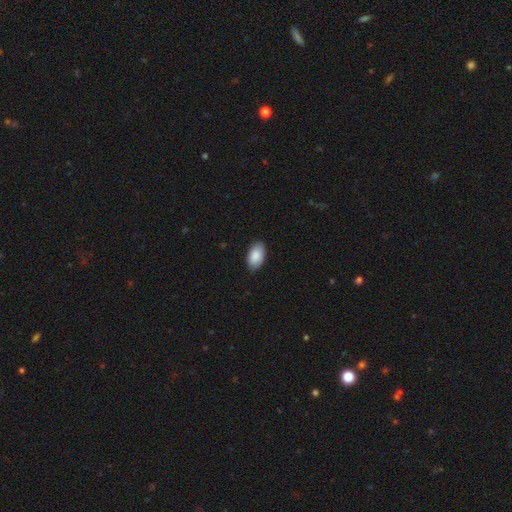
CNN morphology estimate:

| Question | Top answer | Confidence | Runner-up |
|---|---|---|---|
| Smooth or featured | smooth | 88% | featured or disk (6%) |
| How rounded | in between | 95% | round (4%) |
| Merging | none | 85% | minor disturbance (12%) |